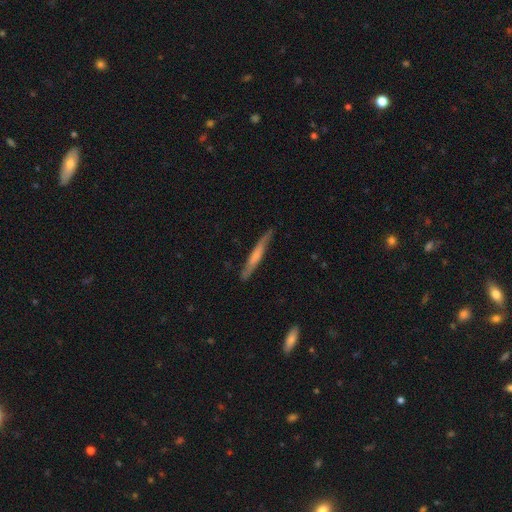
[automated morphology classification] A smooth galaxy with no disk features (48%). Merging: none (81%).